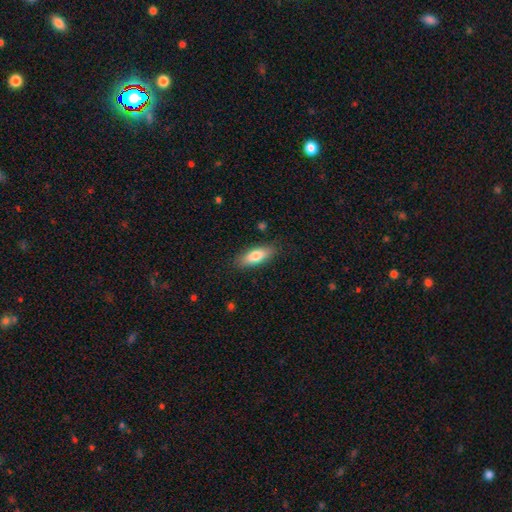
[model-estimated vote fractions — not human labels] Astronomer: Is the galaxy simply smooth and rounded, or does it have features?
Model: smooth — 78%.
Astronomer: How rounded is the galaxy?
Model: in between — 68%.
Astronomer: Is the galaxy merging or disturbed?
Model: none — 86%.